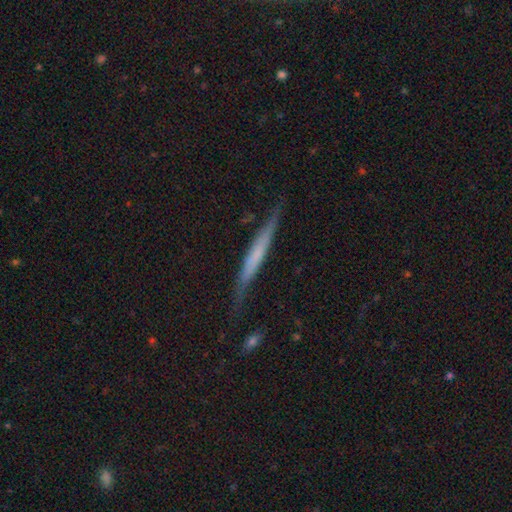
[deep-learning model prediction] smooth_or_featured: featured or disk (p=0.52) [alt: smooth p=0.41]
disk_edge_on: yes (p=0.92) [alt: no p=0.08]
merging: none (p=0.73) [alt: minor disturbance p=0.20]